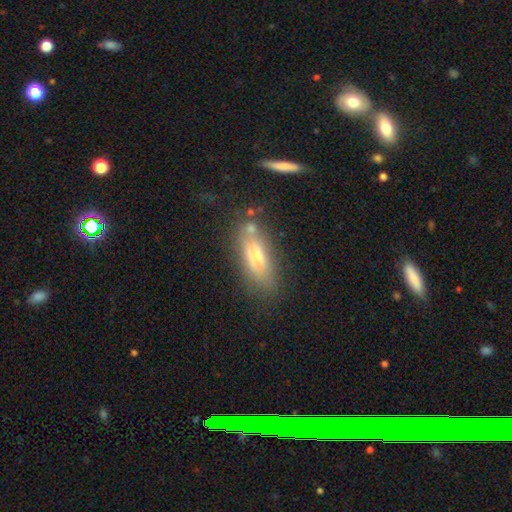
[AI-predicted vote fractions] smooth-or-featured: smooth: 60% | featured or disk: 32% | star or artifact: 9%
  how-rounded: in between: 61% | cigar-shaped: 36% | round: 3%
  merging: none: 61% | minor disturbance: 21% | merger: 9% | major disturbance: 8%